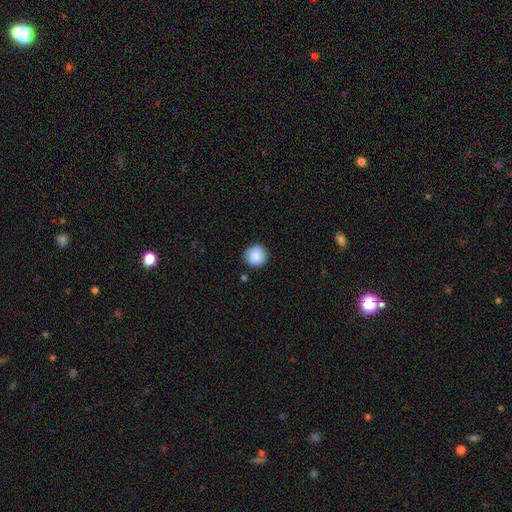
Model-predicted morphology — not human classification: Q: Smooth or featured?
A: smooth (89%); runner-up: star or artifact (8%)
Q: How rounded?
A: round (95%); runner-up: in between (4%)
Q: Merging?
A: none (90%); runner-up: minor disturbance (6%)